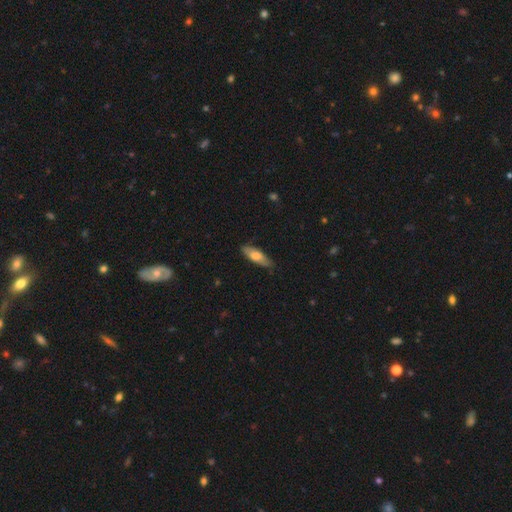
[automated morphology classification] smooth_or_featured: smooth (p=0.65) [alt: featured or disk p=0.29]
how_rounded: in between (p=0.50) [alt: cigar-shaped p=0.48]
merging: none (p=0.81) [alt: minor disturbance p=0.15]